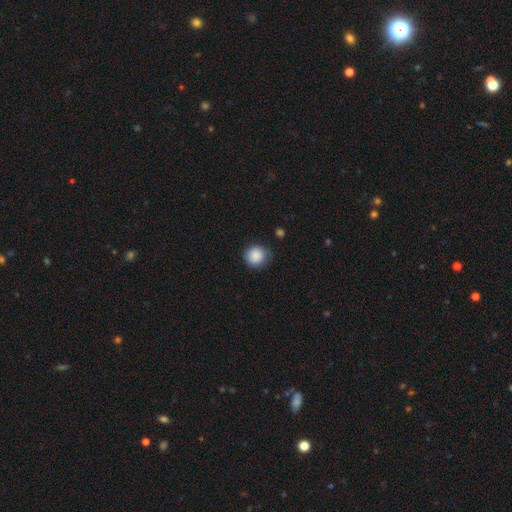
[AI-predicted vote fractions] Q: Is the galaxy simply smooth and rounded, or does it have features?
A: smooth — 88%.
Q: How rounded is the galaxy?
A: round — 91%.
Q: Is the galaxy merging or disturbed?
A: none — 82%.